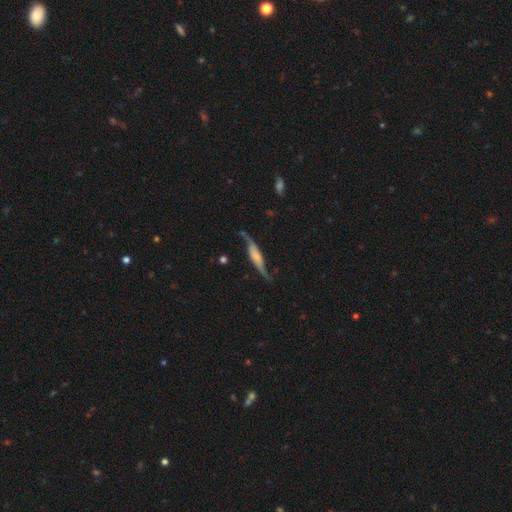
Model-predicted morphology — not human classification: Q: Smooth or featured?
A: featured or disk (72%); runner-up: smooth (22%)
Q: Edge-on disk?
A: no (50%); tied with: yes (50%)
Q: Merging?
A: none (63%); runner-up: minor disturbance (23%)